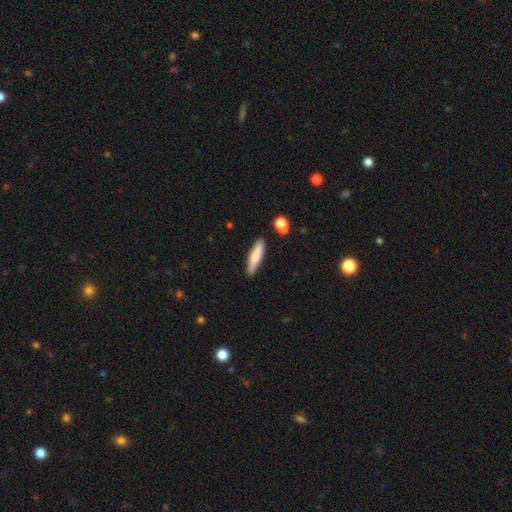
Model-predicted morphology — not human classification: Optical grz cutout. It shows a smooth galaxy with no disk features (78%) that is cigar-shaped (79%). Merging: none (84%).